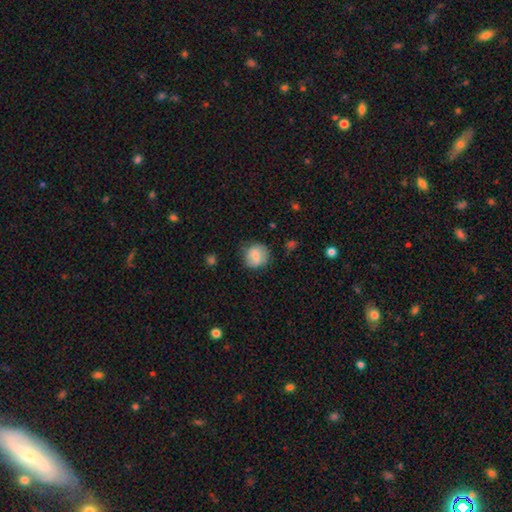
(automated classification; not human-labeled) A smooth galaxy with no disk features (77%) that is round (83%).

Vote fractions:
- Smooth or featured? smooth: 77% / featured or disk: 15% / star or artifact: 8%
- How rounded? round: 83% / in between: 16% / cigar-shaped: 1%
- Merging? none: 72% / minor disturbance: 20% / major disturbance: 6% / merger: 2%